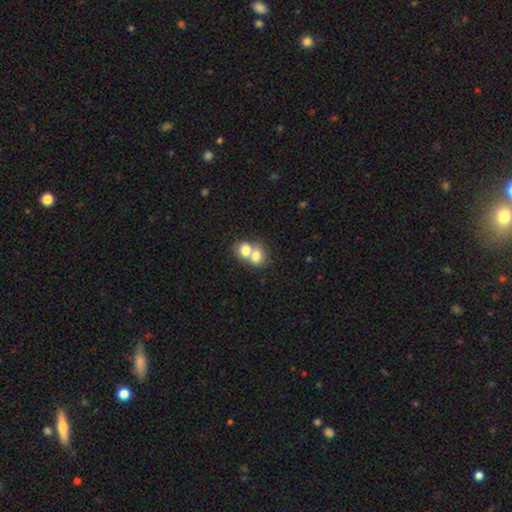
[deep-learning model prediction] Q: Smooth or featured?
A: smooth (75%); runner-up: featured or disk (16%)
Q: How rounded?
A: round (61%); runner-up: in between (38%)
Q: Merging?
A: merger (72%); runner-up: none (21%)